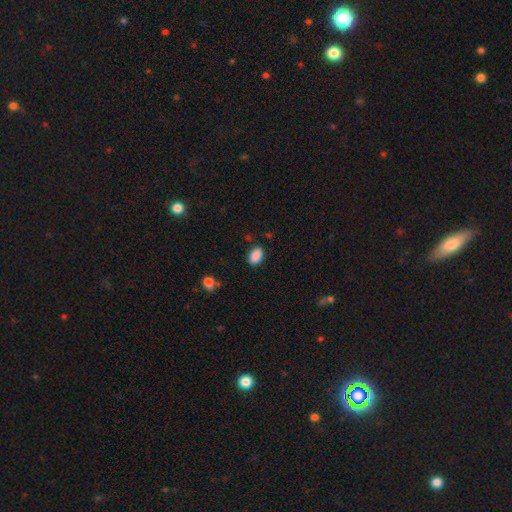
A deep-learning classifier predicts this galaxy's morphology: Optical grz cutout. It shows a smooth galaxy with no disk features (89%) that is in between round and cigar-shaped (89%). Merging: none (85%).